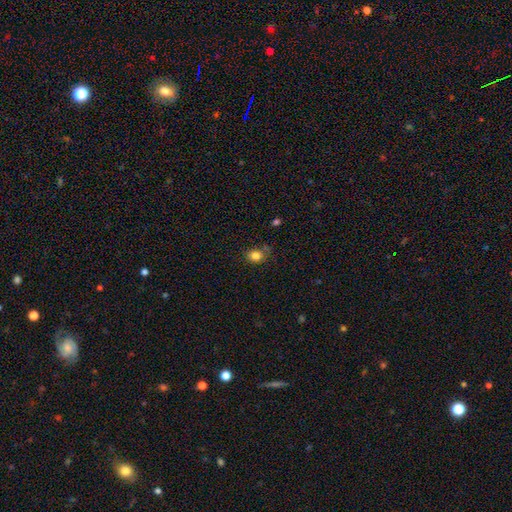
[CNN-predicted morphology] A smooth galaxy with no disk features (82%) that is round (58%). Merging: none (71%).